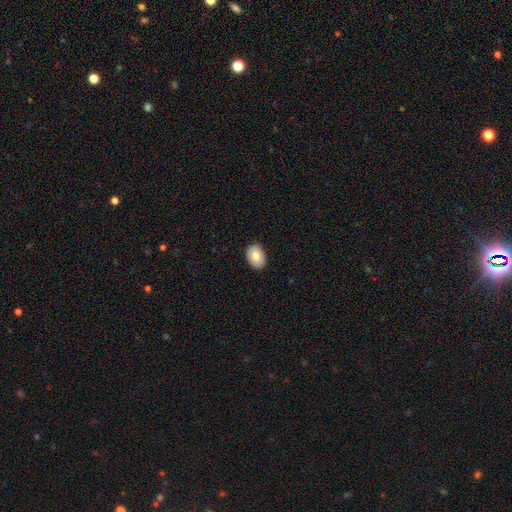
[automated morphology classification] The model was most divided on "smooth or featured": smooth: 74%, featured or disk: 19%, star or artifact: 7%. More confident: merging — none (87%); how rounded — in between (77%).